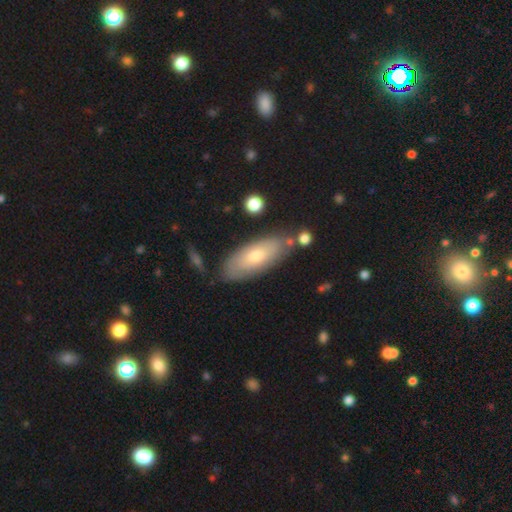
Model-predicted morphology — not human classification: Smooth or featured?
  - smooth: 66% *
  - featured or disk: 28%
  - star or artifact: 6%
How rounded?
  - in between: 75% *
  - cigar-shaped: 23%
  - round: 2%
Merging?
  - none: 77% *
  - minor disturbance: 15%
  - merger: 4%
  - major disturbance: 3%